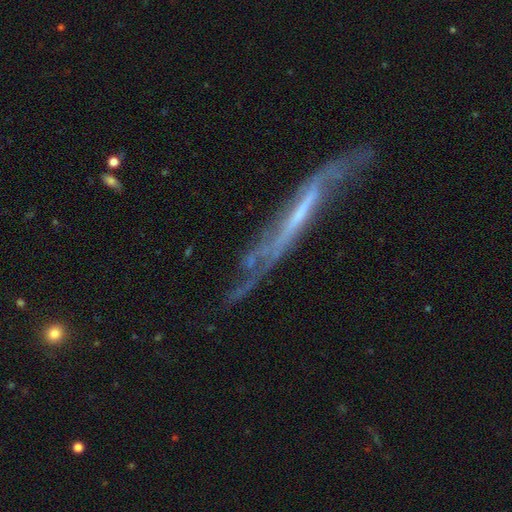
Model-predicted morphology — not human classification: Smooth or featured?
  - featured or disk: 76% *
  - smooth: 16%
  - star or artifact: 8%
Edge-on disk?
  - yes: 62% *
  - no: 38%
Merging?
  - none: 49% *
  - minor disturbance: 24%
  - major disturbance: 22%
  - merger: 5%